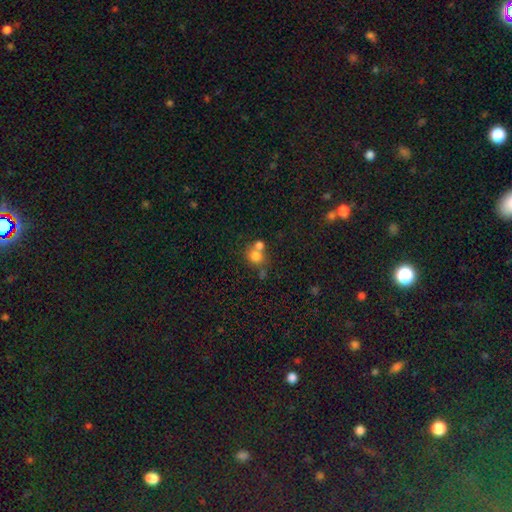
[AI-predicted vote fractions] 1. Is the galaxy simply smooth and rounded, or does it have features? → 76% smooth, 13% star or artifact, 11% featured or disk.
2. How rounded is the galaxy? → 80% round, 19% in between, 1% cigar-shaped.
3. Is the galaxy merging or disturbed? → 46% merger, 42% none, 8% minor disturbance, 4% major disturbance.